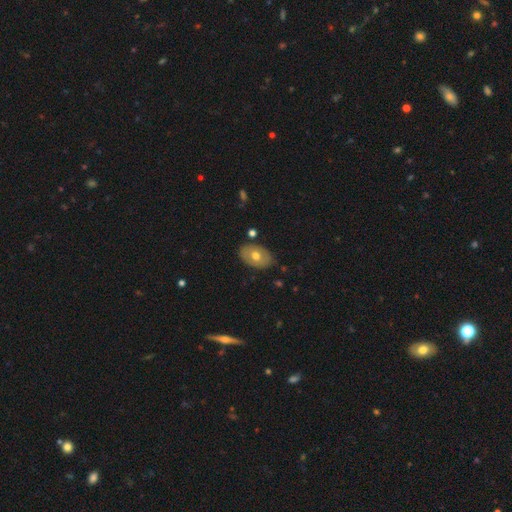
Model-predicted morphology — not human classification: type=smooth (58%); roundness=in between (85%); merging=none (84%).